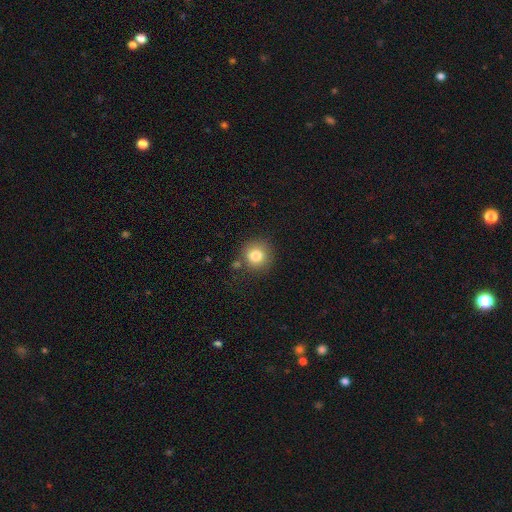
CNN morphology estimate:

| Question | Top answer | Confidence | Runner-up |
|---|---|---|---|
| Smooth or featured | smooth | 81% | star or artifact (11%) |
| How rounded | round | 90% | in between (9%) |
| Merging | none | 79% | minor disturbance (12%) |